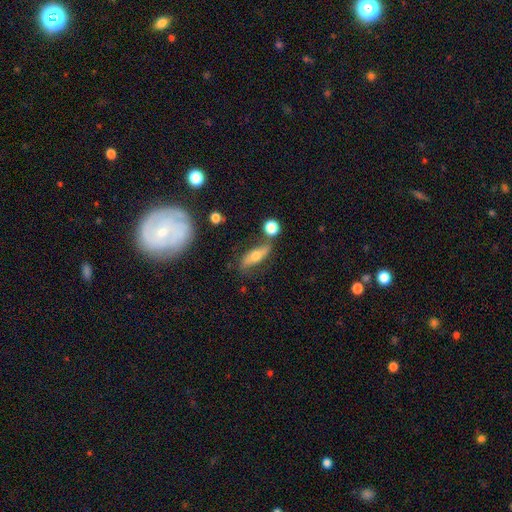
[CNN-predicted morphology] This is possibly a featured or disk galaxy (47%). Merging: possibly none (60%).